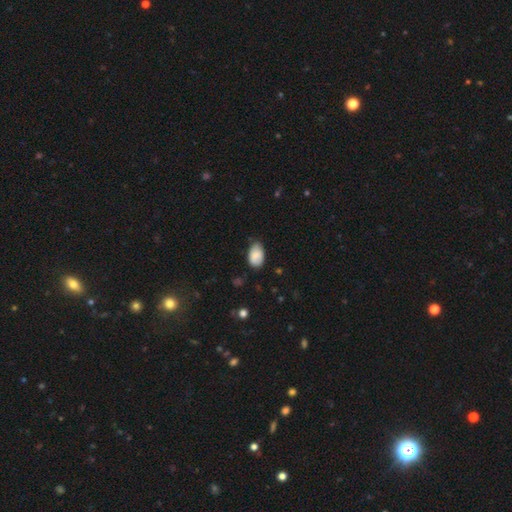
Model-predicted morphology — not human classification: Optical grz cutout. It shows a smooth galaxy with no disk features (86%) that is in between round and cigar-shaped (91%). Merging: none (62%).